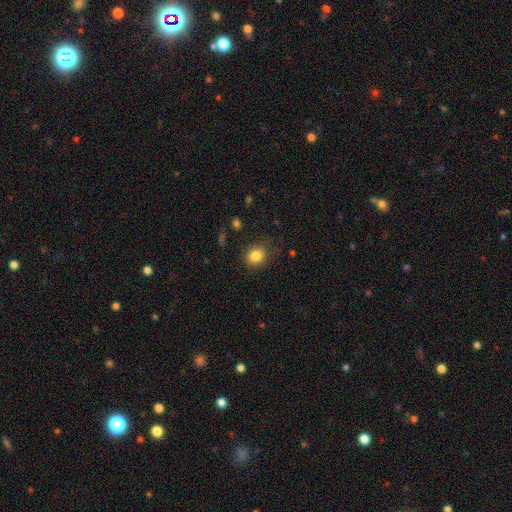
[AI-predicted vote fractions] Smooth or featured: smooth — 83% (star or artifact — 11%)
How rounded: round — 64% (in between — 35%)
Merging: none — 82% (minor disturbance — 13%)